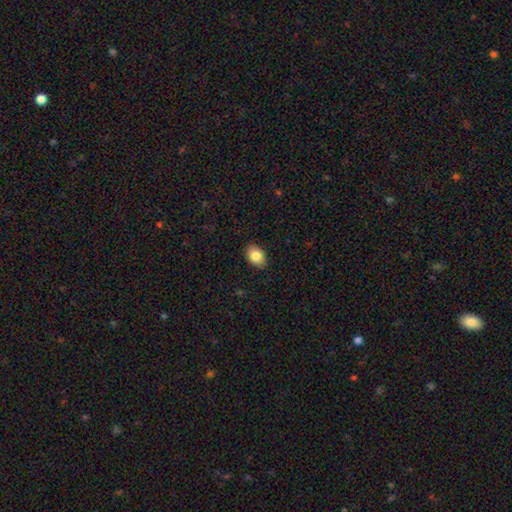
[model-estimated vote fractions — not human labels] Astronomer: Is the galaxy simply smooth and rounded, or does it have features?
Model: smooth — 84%.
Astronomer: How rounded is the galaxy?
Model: in between — 79%.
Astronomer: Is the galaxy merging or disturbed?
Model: none — 87%.